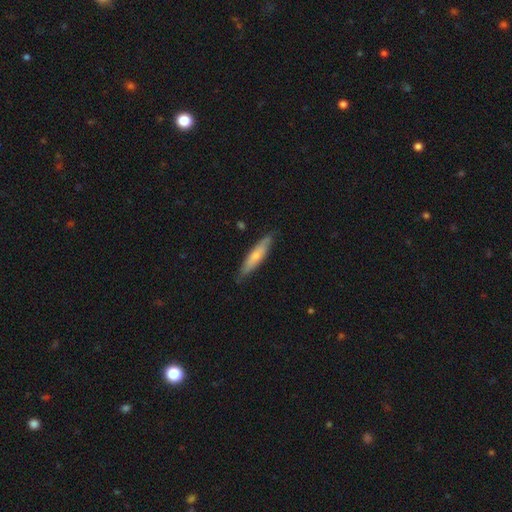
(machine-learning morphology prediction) Smooth or featured? Predicted: smooth (p=0.61). How rounded? Predicted: cigar-shaped (p=0.83). Merging? Predicted: none (p=0.83).